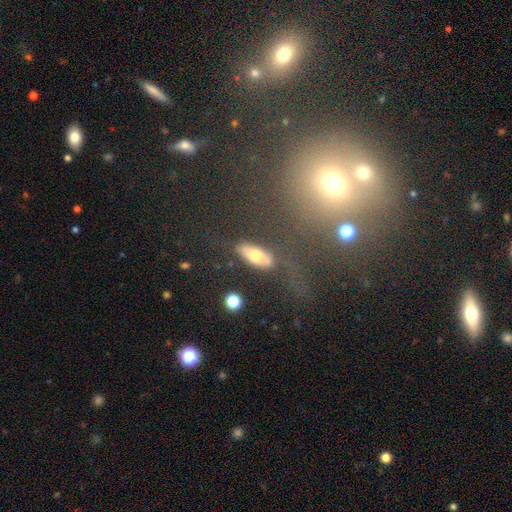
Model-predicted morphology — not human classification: Smooth or featured: smooth — 63% (featured or disk — 28%)
How rounded: in between — 74% (cigar-shaped — 22%)
Merging: none — 64% (minor disturbance — 19%)